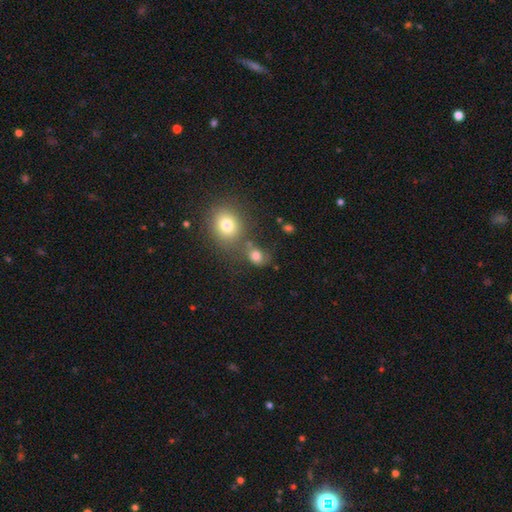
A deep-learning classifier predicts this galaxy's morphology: A smooth galaxy with no disk features (77%) that is round (52%).

Vote fractions:
- Smooth or featured? smooth: 77% / star or artifact: 14% / featured or disk: 9%
- How rounded? round: 52% / in between: 47% / cigar-shaped: 1%
- Merging? none: 53% / merger: 23% / minor disturbance: 15% / major disturbance: 8%